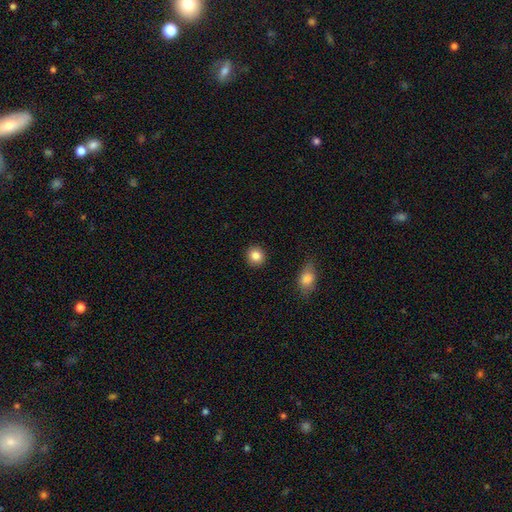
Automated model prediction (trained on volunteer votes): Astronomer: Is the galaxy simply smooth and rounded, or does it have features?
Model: smooth — 85%.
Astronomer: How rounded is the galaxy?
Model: round — 88%.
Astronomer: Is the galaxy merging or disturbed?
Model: none — 91%.